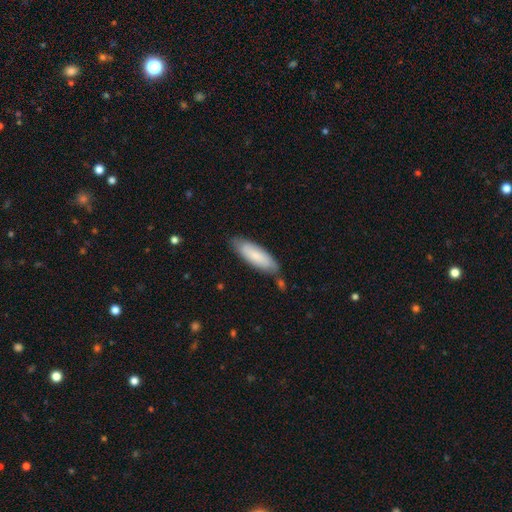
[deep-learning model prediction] A smooth galaxy with no disk features (75%) that is in between round and cigar-shaped (55%). Merging: none (75%).